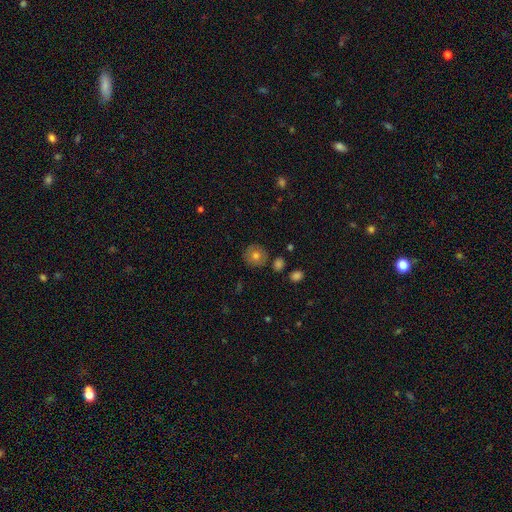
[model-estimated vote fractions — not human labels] smooth_or_featured: smooth (p=0.72) [alt: featured or disk p=0.18]
how_rounded: round (p=0.91) [alt: in between p=0.08]
merging: none (p=0.85) [alt: minor disturbance p=0.09]